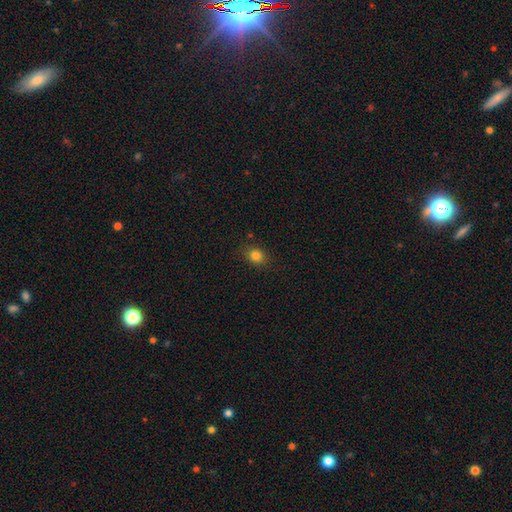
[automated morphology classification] smooth_or_featured: smooth (p=0.81) [alt: star or artifact p=0.13]
how_rounded: round (p=0.63) [alt: in between p=0.36]
merging: none (p=0.85) [alt: minor disturbance p=0.11]